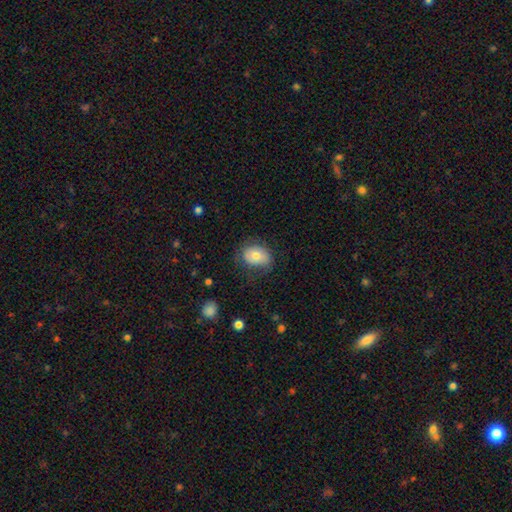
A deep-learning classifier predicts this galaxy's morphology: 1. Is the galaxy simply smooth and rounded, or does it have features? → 69% smooth, 23% featured or disk, 8% star or artifact.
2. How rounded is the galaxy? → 70% in between, 29% round, 1% cigar-shaped.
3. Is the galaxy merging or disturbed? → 68% none, 22% minor disturbance, 9% major disturbance, 1% merger.